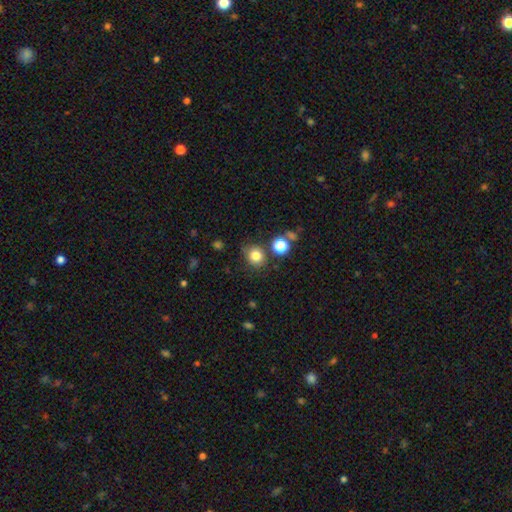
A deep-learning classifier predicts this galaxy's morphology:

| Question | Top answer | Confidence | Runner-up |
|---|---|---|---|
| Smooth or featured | smooth | 81% | star or artifact (13%) |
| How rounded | round | 83% | in between (16%) |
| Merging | none | 76% | minor disturbance (12%) |